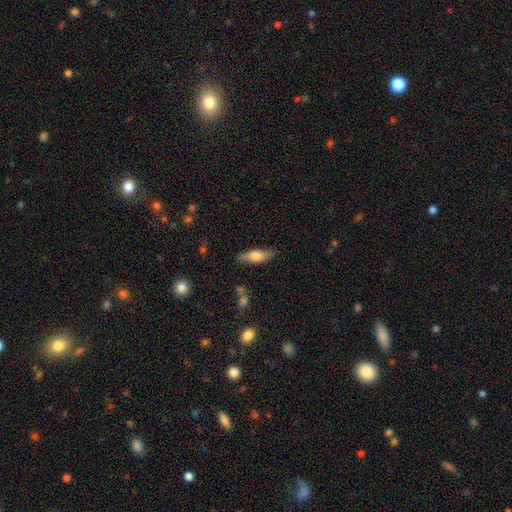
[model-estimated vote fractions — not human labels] This appears to be a smooth galaxy with no disk features (66%) that is in between round and cigar-shaped (53%). Merging: none (82%).